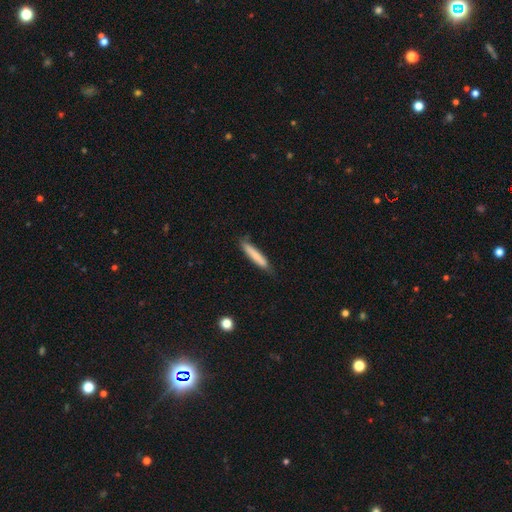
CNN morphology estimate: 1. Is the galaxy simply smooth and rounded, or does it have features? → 78% smooth, 17% featured or disk, 5% star or artifact.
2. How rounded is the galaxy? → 92% cigar-shaped, 7% in between, 1% round.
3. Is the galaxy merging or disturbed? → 78% none, 18% minor disturbance, 3% major disturbance, 2% merger.